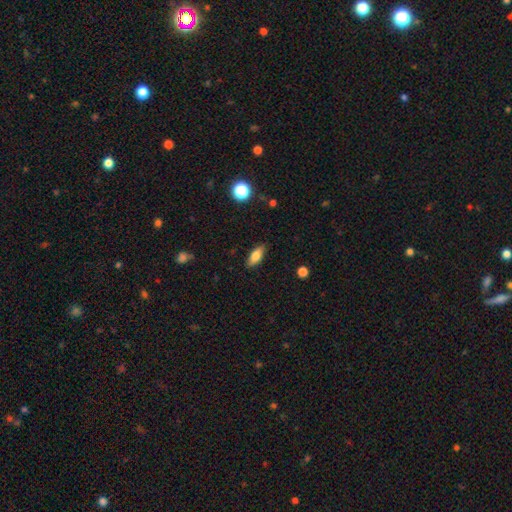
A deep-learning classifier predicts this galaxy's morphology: Smooth or featured: smooth — 82% (featured or disk — 10%)
How rounded: in between — 78% (cigar-shaped — 18%)
Merging: none — 86% (minor disturbance — 10%)